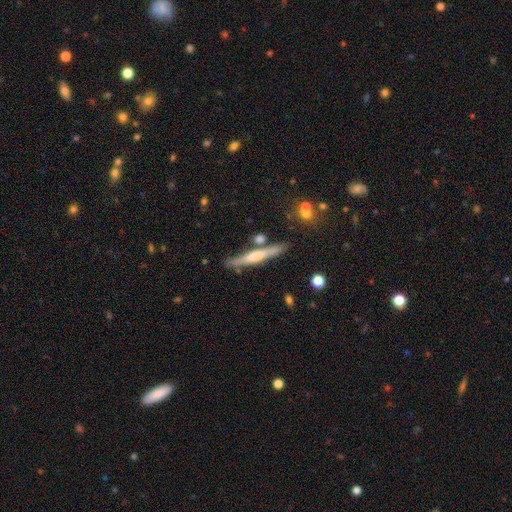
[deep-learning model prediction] smooth-or-featured: featured or disk: 53% | smooth: 40% | star or artifact: 6%
  disk-edge-on: yes: 95% | no: 5%
    edge-on-bulge: rounded: 46% | none: 31% | boxy: 23%
  merging: none: 78% | minor disturbance: 11% | merger: 8% | major disturbance: 3%